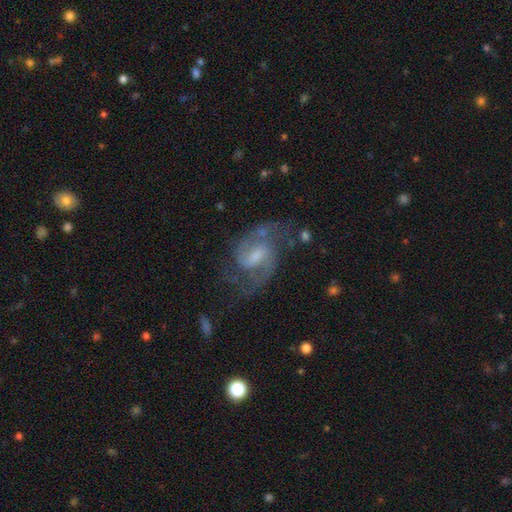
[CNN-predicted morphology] Smooth or featured? Predicted: featured or disk (p=0.88). Edge-on disk? Predicted: no (p=0.97). Bar? Predicted: weak (p=0.61). Spiral arms? Predicted: yes (p=0.97). Spiral winding? Predicted: medium (p=0.59). Spiral arm count? Predicted: 2 (p=0.88). Bulge size? Predicted: small (p=0.41). Merging? Predicted: none (p=0.70).